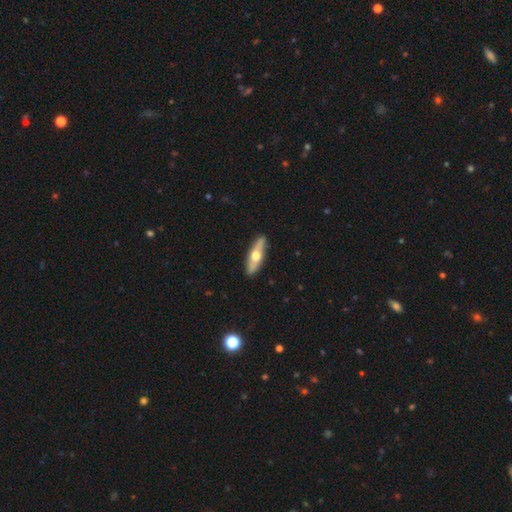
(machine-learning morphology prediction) smooth-or-featured: featured or disk: 49% | smooth: 46% | star or artifact: 5%
  merging: none: 90% | minor disturbance: 8% | major disturbance: 2% | merger: 1%